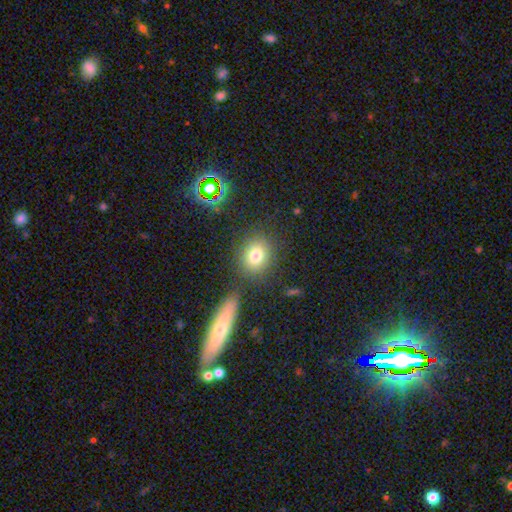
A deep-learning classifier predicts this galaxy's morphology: This appears to be a smooth galaxy with no disk features (78%) that is round (66%). Merging: none (80%).